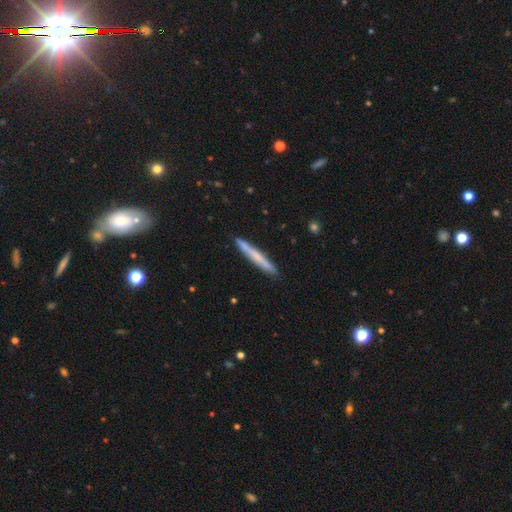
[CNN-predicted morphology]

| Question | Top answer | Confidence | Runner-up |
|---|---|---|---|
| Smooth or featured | smooth | 61% | featured or disk (33%) |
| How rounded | cigar-shaped | 97% | in between (2%) |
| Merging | none | 90% | minor disturbance (8%) |